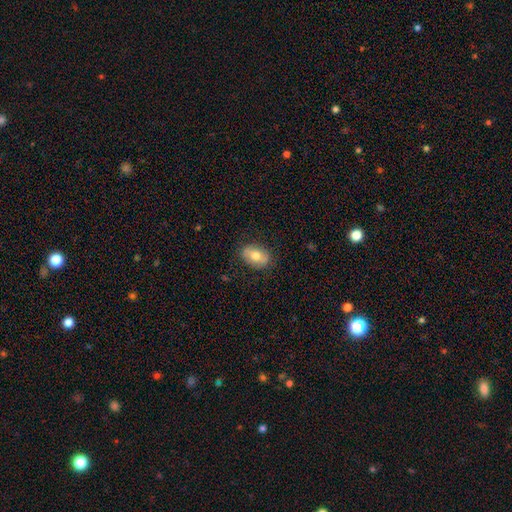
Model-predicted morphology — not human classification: smooth 68%, featured or disk 25%, star or artifact 7%. Down the decision tree: how rounded — in between (83%); merging — none (84%).